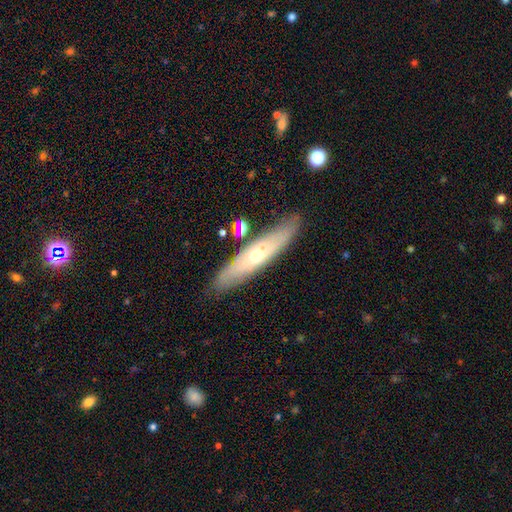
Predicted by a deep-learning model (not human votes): Smooth or featured? featured or disk (56%)
Edge-on disk? yes (56%)
Merging? none (81%)